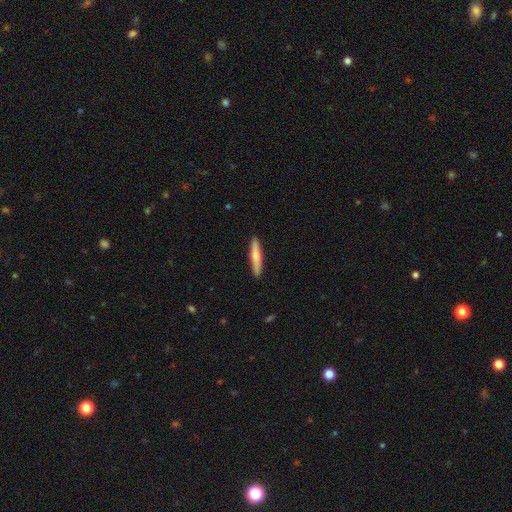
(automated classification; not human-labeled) Overall: smooth (67%; featured or disk 27%). How rounded: cigar-shaped (92%). Merging: none (91%).